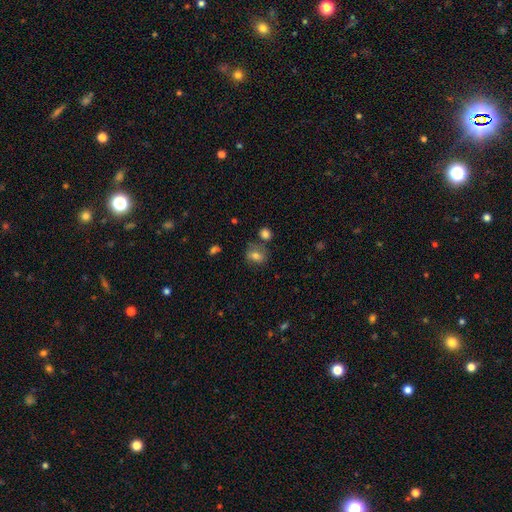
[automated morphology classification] A smooth galaxy with no disk features (71%) that is in between round and cigar-shaped (53%).

Vote fractions:
- Smooth or featured? smooth: 71% / featured or disk: 18% / star or artifact: 11%
- How rounded? in between: 53% / round: 46% / cigar-shaped: 2%
- Merging? none: 63% / minor disturbance: 19% / merger: 11% / major disturbance: 7%